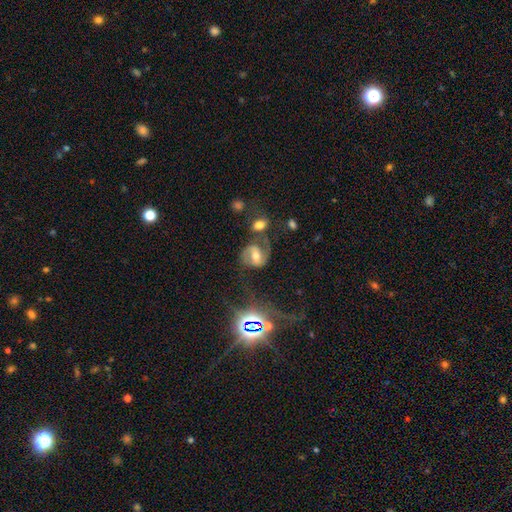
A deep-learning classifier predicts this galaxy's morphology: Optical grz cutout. It shows a featured or disk galaxy (64%) with a weak bar (39%), 2 (83%) medium (50%) spiral arms (83%) and a moderate central bulge (70%). Merging: none (56%).